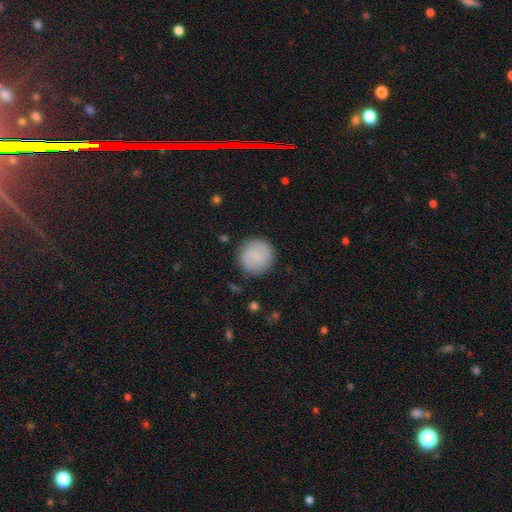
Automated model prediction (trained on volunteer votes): A smooth galaxy with no disk features (82%) that is round (94%).

Vote fractions:
- Smooth or featured? smooth: 82% / featured or disk: 11% / star or artifact: 6%
- How rounded? round: 94% / in between: 5% / cigar-shaped: 1%
- Merging? none: 88% / minor disturbance: 8% / major disturbance: 2% / merger: 1%